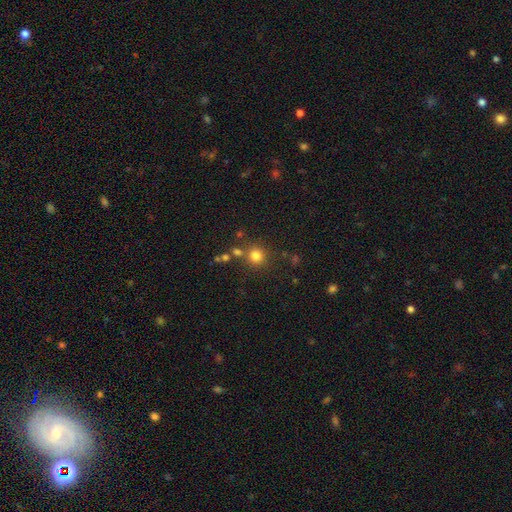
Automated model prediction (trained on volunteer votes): The model was most divided on "merging": none: 75%, merger: 12%, minor disturbance: 9%, major disturbance: 4%. More confident: how rounded — round (92%); smooth or featured — smooth (78%).